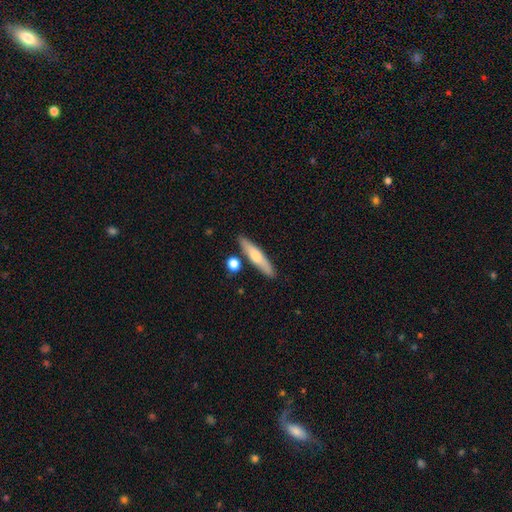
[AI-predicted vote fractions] A smooth galaxy with no disk features (55%) that is cigar-shaped (85%).

Vote fractions:
- Smooth or featured? smooth: 55% / featured or disk: 39% / star or artifact: 6%
- How rounded? cigar-shaped: 85% / in between: 13% / round: 2%
- Merging? none: 81% / minor disturbance: 10% / merger: 7% / major disturbance: 2%